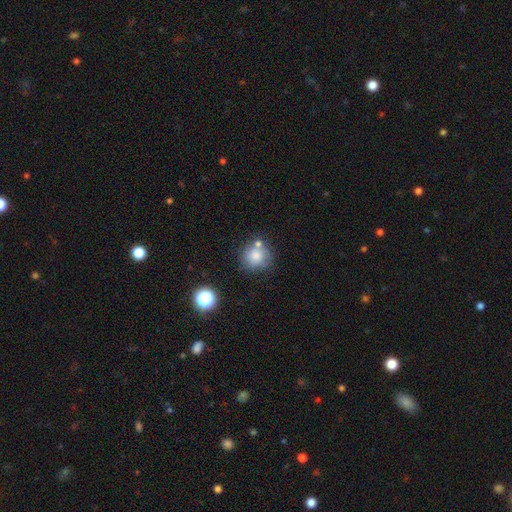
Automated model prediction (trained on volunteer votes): Morphology: type=smooth (78%); roundness=round (89%); merging=none (64%).